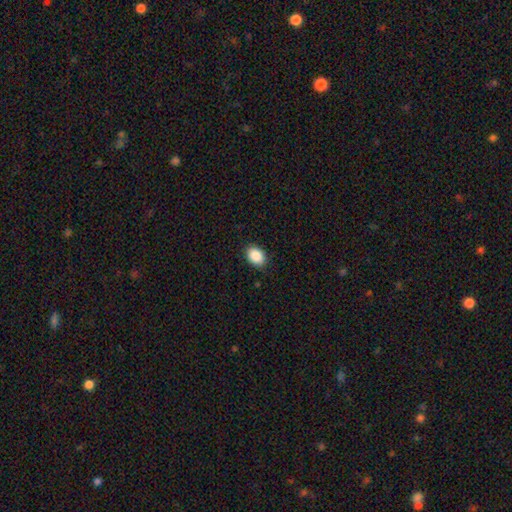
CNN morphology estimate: Smooth or featured?
  - smooth: 89% *
  - star or artifact: 8%
  - featured or disk: 3%
How rounded?
  - in between: 75% *
  - round: 24%
  - cigar-shaped: 1%
Merging?
  - none: 87% *
  - minor disturbance: 10%
  - major disturbance: 2%
  - merger: 1%